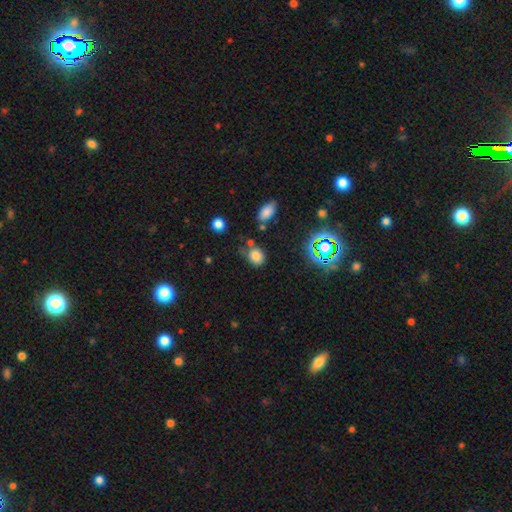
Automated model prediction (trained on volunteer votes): This appears to be a smooth galaxy with no disk features (77%) that is round (57%). Merging: none (65%).